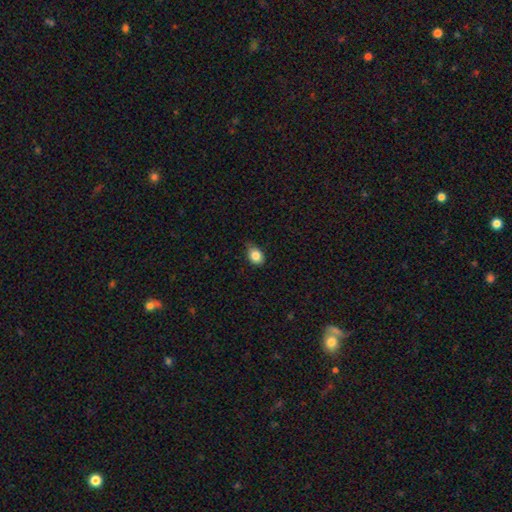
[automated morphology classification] The model was most divided on "how rounded": in between: 64%, round: 35%, cigar-shaped: 1%. More confident: smooth or featured — smooth (83%); merging — none (64%).